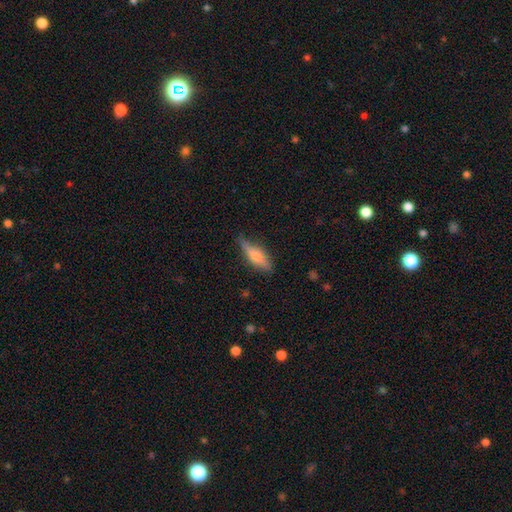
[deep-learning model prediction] Smooth or featured?
  - smooth: 57% *
  - featured or disk: 35%
  - star or artifact: 7%
How rounded?
  - cigar-shaped: 49% *
  - in between: 48%
  - round: 3%
Merging?
  - none: 65% *
  - minor disturbance: 27%
  - major disturbance: 6%
  - merger: 2%